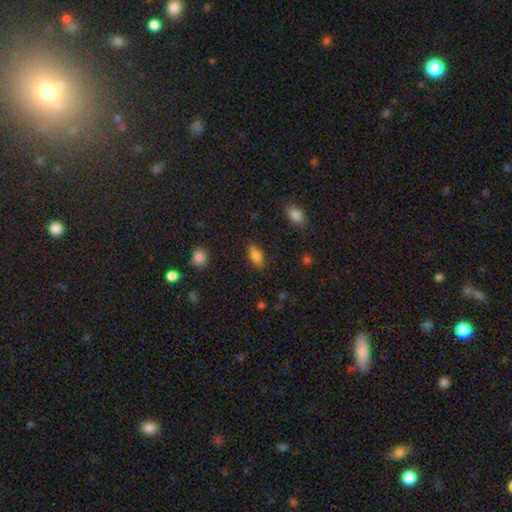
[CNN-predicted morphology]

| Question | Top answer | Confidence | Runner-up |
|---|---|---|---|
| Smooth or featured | smooth | 80% | featured or disk (12%) |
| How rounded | in between | 81% | cigar-shaped (15%) |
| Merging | none | 84% | minor disturbance (12%) |